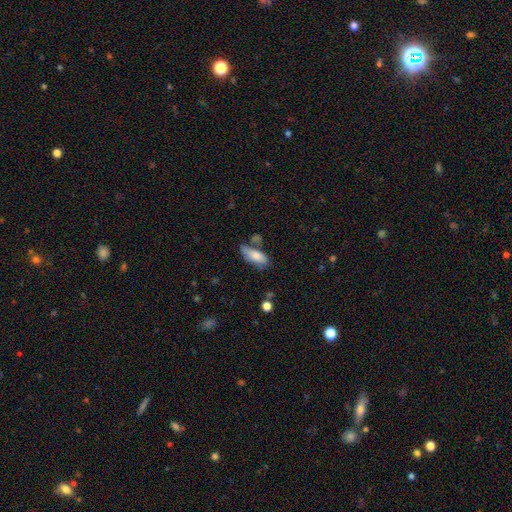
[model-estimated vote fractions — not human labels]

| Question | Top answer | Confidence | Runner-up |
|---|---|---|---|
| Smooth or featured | smooth | 74% | featured or disk (19%) |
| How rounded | in between | 77% | cigar-shaped (20%) |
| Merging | none | 50% | minor disturbance (25%) |